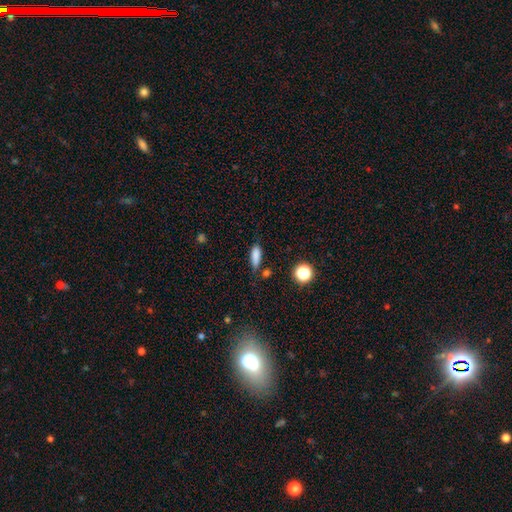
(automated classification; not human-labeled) This is clearly a smooth galaxy (83%). How rounded: possibly in between (57%). Merging: likely none (73%).